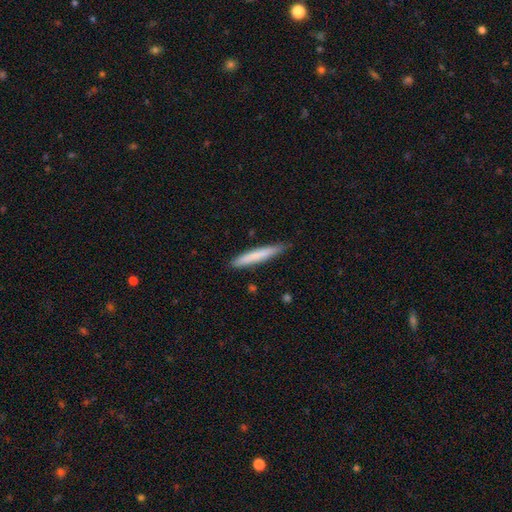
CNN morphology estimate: This is likely a smooth galaxy (74%). How rounded: clearly cigar-shaped (95%). Merging: clearly none (86%).